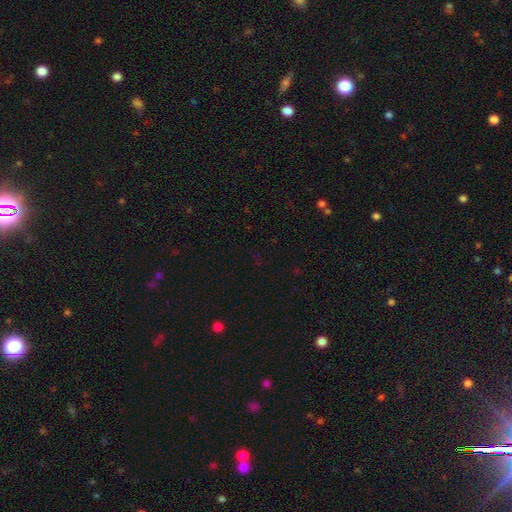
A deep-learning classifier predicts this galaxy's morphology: Overall: star or artifact (69%).